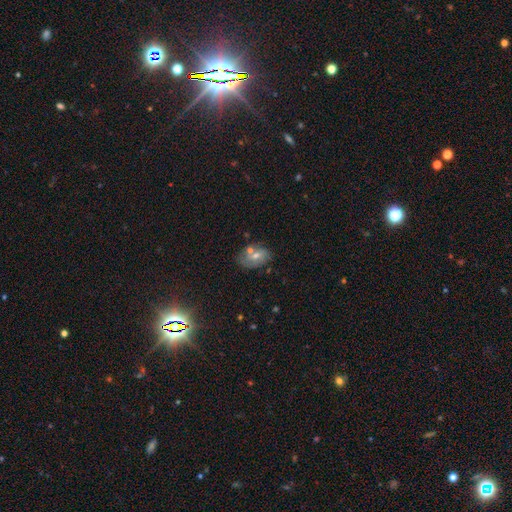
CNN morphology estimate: Smooth or featured: smooth — 52% (featured or disk — 34%)
How rounded: in between — 81% (round — 17%)
Merging: none — 58% (minor disturbance — 19%)